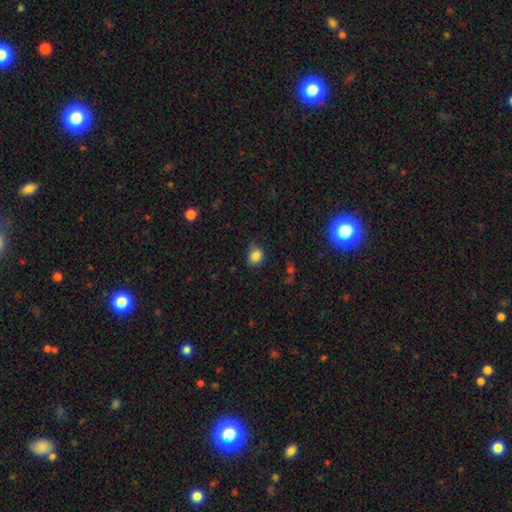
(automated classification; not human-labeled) Smooth or featured: smooth — 84% (star or artifact — 11%)
How rounded: round — 68% (in between — 31%)
Merging: none — 69% (minor disturbance — 24%)